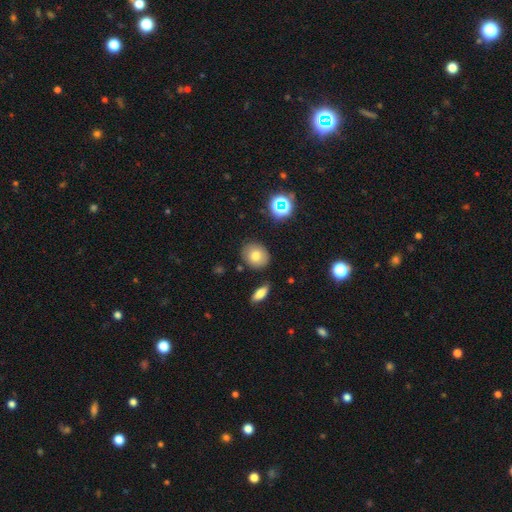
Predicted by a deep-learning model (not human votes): smooth 75%, featured or disk 12%, star or artifact 12%. Down the decision tree: how rounded — round (65%); merging — none (83%).